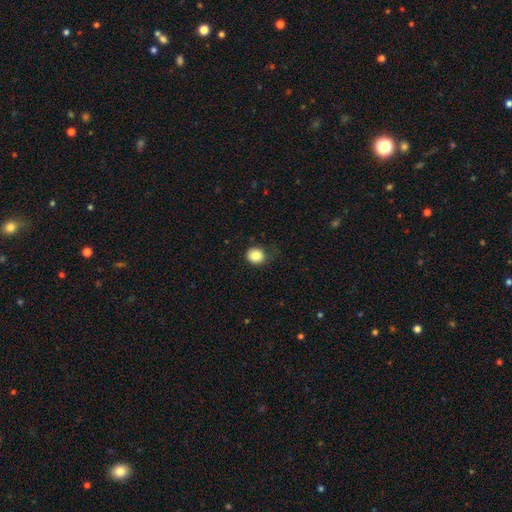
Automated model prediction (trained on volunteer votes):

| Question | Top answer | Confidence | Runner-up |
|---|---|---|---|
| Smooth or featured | smooth | 84% | star or artifact (10%) |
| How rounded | round | 78% | in between (21%) |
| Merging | none | 75% | minor disturbance (18%) |